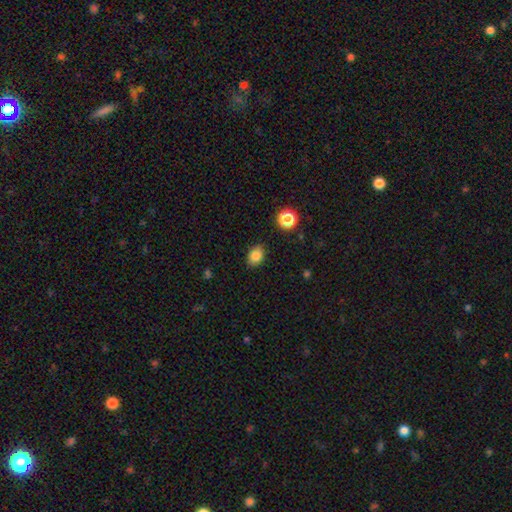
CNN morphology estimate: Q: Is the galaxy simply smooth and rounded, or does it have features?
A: smooth — 84%.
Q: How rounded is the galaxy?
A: in between — 71%.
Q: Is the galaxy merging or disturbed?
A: none — 85%.